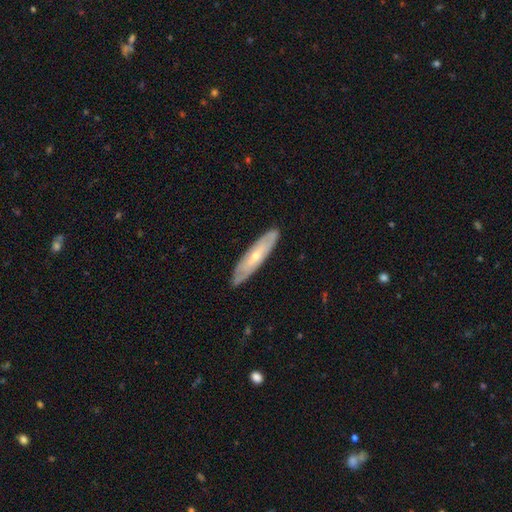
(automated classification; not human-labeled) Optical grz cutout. It shows a featured or disk galaxy (57%). Merging: none (86%).